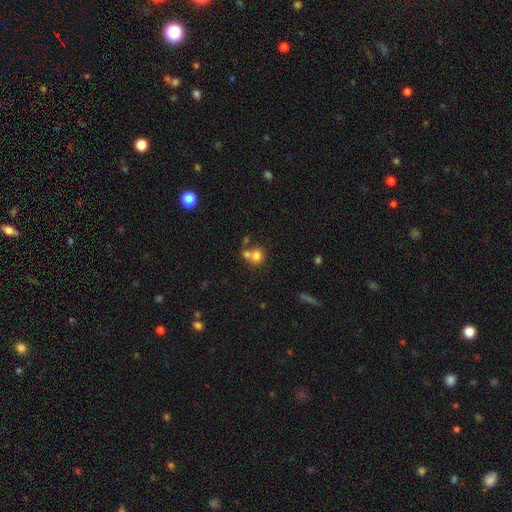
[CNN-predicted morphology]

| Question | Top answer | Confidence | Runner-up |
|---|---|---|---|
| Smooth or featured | smooth | 75% | star or artifact (12%) |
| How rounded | round | 78% | in between (21%) |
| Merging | none | 44% | tied: merger (44%) |